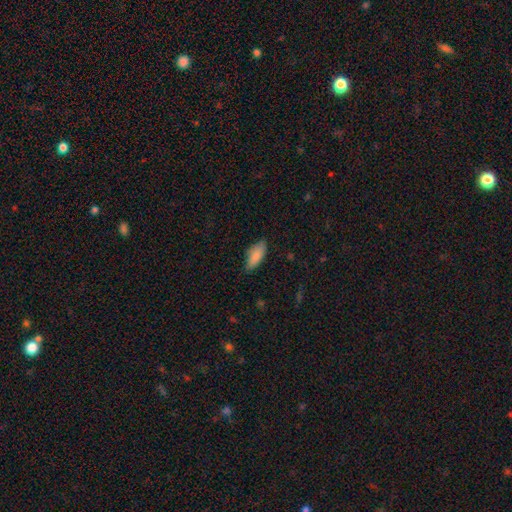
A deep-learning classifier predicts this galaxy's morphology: smooth 86%, featured or disk 8%, star or artifact 6%. Down the decision tree: how rounded — in between (81%); merging — none (77%).